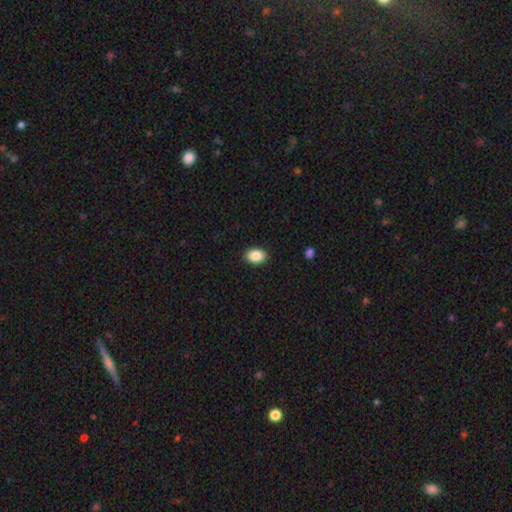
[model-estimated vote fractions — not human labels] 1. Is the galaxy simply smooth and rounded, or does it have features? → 88% smooth, 8% star or artifact, 5% featured or disk.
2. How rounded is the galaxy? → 81% in between, 18% round, 1% cigar-shaped.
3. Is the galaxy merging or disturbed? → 90% none, 7% minor disturbance, 2% major disturbance, 1% merger.